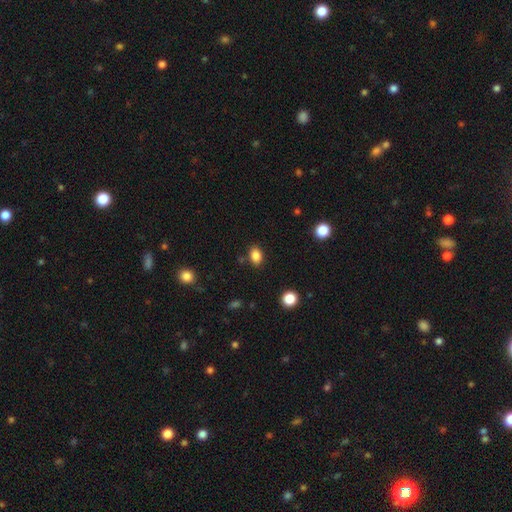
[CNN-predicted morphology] This appears to be a smooth galaxy with no disk features (85%) that is in between round and cigar-shaped (75%). Merging: none (83%).